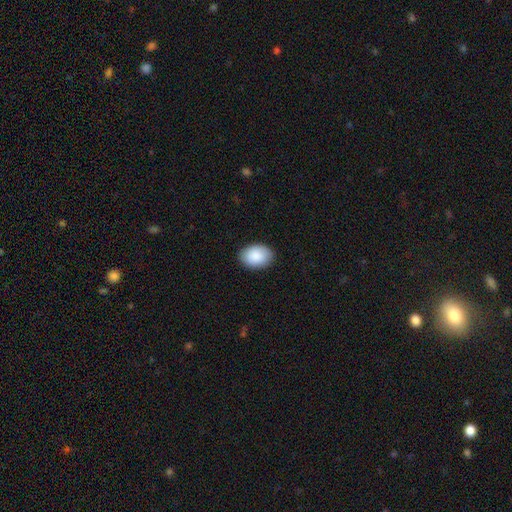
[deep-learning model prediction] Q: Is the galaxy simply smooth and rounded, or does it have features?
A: smooth — 90%.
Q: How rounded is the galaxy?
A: in between — 82%.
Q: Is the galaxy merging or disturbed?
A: none — 88%.